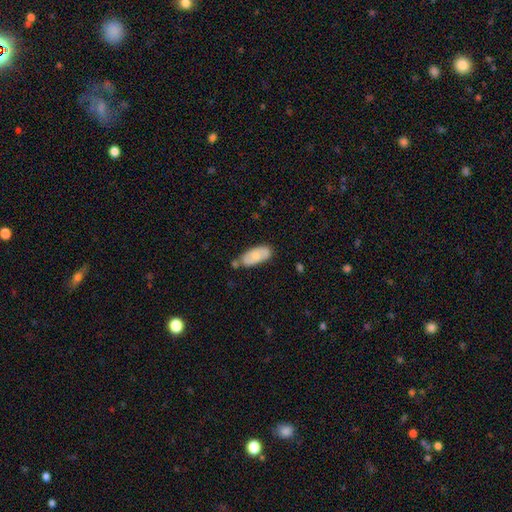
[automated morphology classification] This appears to be a smooth galaxy with no disk features (64%) that is in between round and cigar-shaped (88%). Merging: none (61%).